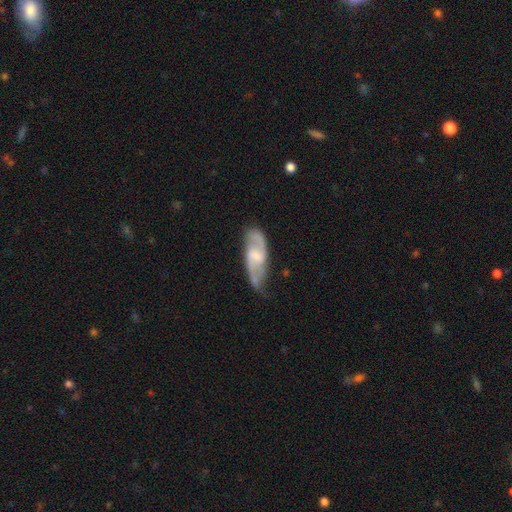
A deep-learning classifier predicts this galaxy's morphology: This is likely a featured or disk galaxy (73%). It is clearly not viewed edge-on (90%). Bar: possibly weak (55%). Spiral arm pattern: clearly yes (92%). Spiral arm count: clearly 2 (86%). Spiral winding: possibly medium (47%). Central bulge: marginally moderate (37%). Merging: likely none (61%).